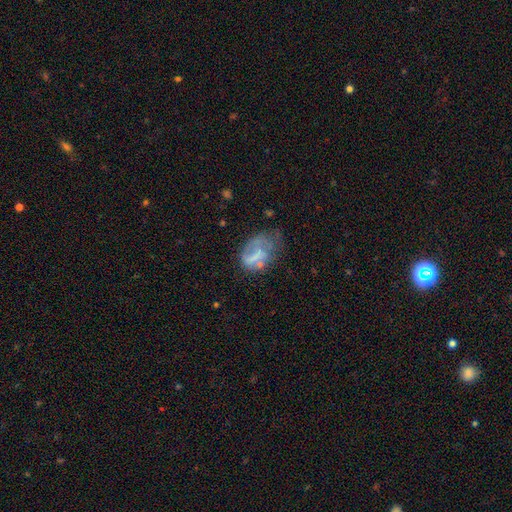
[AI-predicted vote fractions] smooth 46%, featured or disk 44%, star or artifact 11%. Down the decision tree: merging — major disturbance (36%).